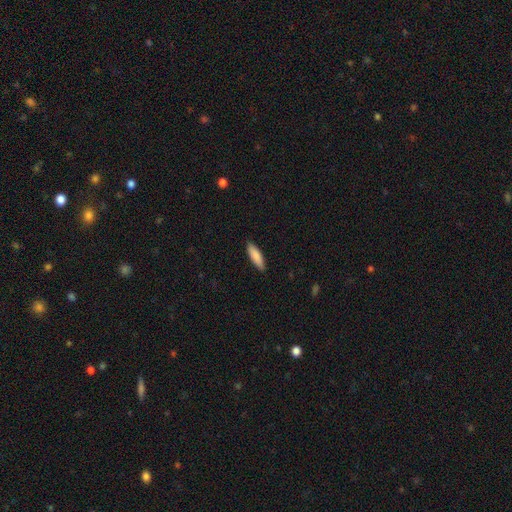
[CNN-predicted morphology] Q: Smooth or featured?
A: smooth (85%); runner-up: featured or disk (9%)
Q: How rounded?
A: cigar-shaped (60%); runner-up: in between (39%)
Q: Merging?
A: none (89%); runner-up: minor disturbance (8%)